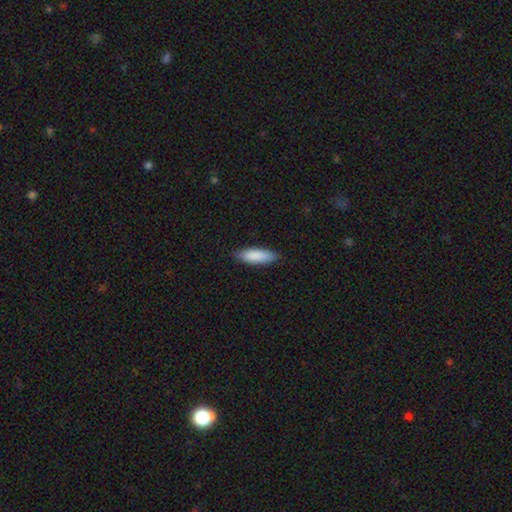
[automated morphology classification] A smooth galaxy with no disk features (88%) that is in between round and cigar-shaped (54%).

Vote fractions:
- Smooth or featured? smooth: 88% / featured or disk: 7% / star or artifact: 5%
- How rounded? in between: 54% / cigar-shaped: 44% / round: 2%
- Merging? none: 85% / minor disturbance: 12% / major disturbance: 2% / merger: 1%